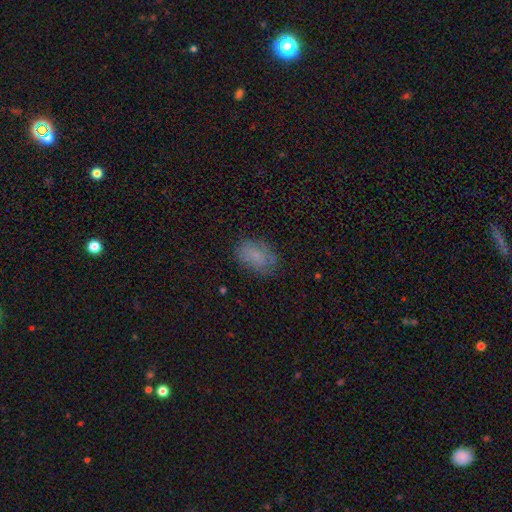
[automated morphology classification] This is likely a smooth galaxy (73%). How rounded: clearly in between (85%). Merging: likely none (74%).